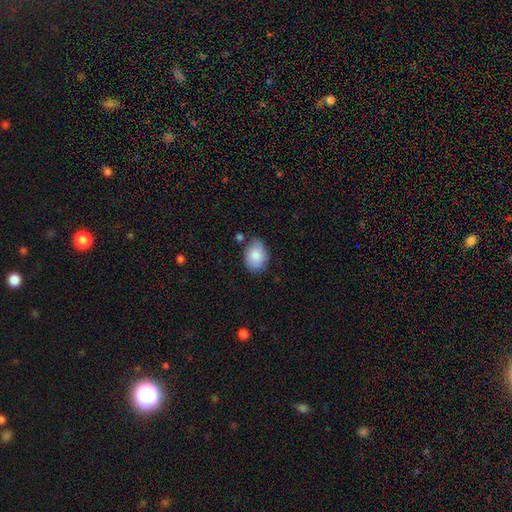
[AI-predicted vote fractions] A smooth galaxy with no disk features (85%) that is in between round and cigar-shaped (73%). Merging: none (65%).